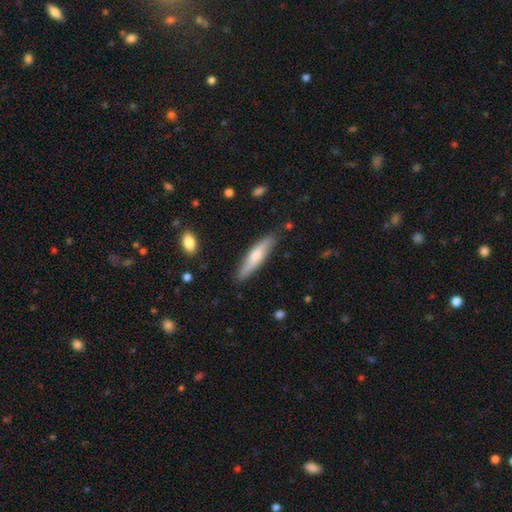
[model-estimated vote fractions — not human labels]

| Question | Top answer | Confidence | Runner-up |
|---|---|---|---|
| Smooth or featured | smooth | 59% | featured or disk (36%) |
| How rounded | cigar-shaped | 82% | in between (17%) |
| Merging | none | 84% | minor disturbance (12%) |